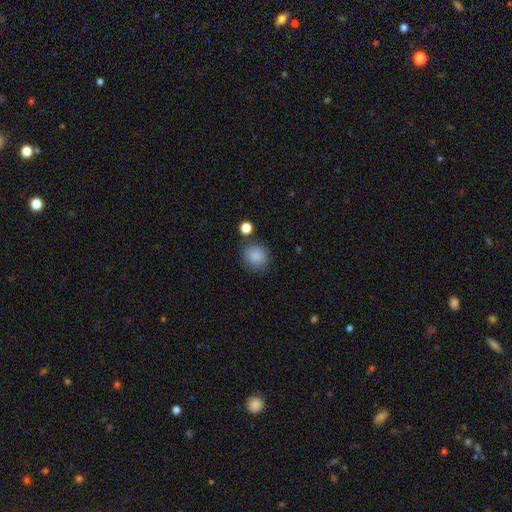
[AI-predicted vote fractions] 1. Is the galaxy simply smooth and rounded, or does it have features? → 87% smooth, 9% star or artifact, 4% featured or disk.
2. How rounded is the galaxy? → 83% round, 16% in between, 1% cigar-shaped.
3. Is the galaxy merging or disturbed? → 79% none, 12% minor disturbance, 5% merger, 4% major disturbance.